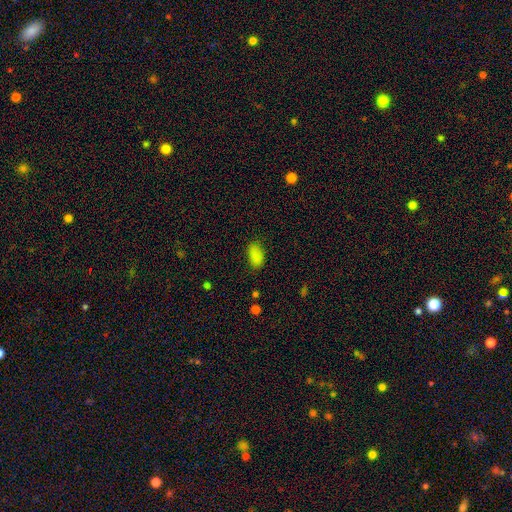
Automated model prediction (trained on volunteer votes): Q: Smooth or featured?
A: smooth (85%); runner-up: star or artifact (11%)
Q: How rounded?
A: in between (92%); runner-up: round (4%)
Q: Merging?
A: none (79%); runner-up: minor disturbance (16%)